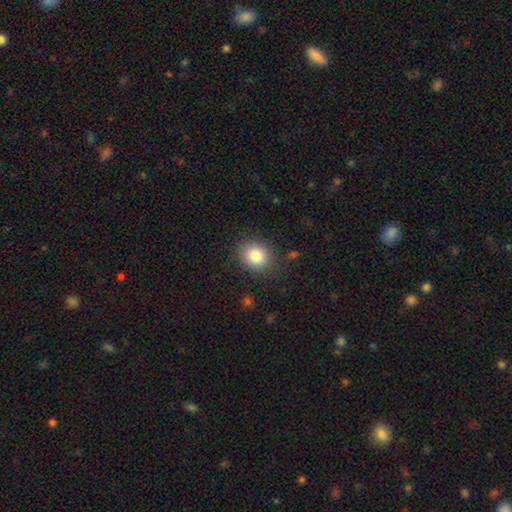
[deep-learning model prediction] smooth 84%, star or artifact 9%, featured or disk 6%. Down the decision tree: how rounded — round (62%); merging — none (86%).